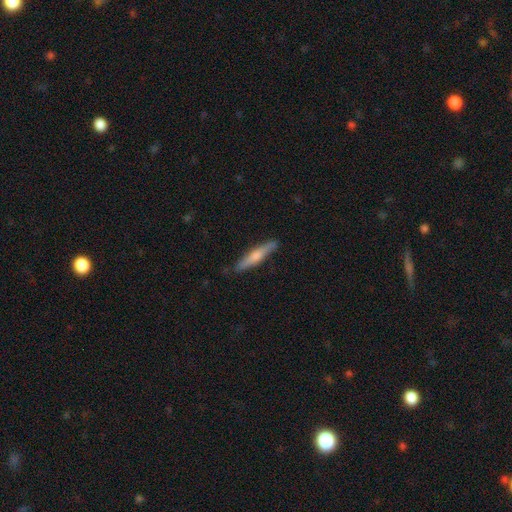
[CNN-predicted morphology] type=featured or disk (53%); edge-on=yes (91%); merging=none (86%).